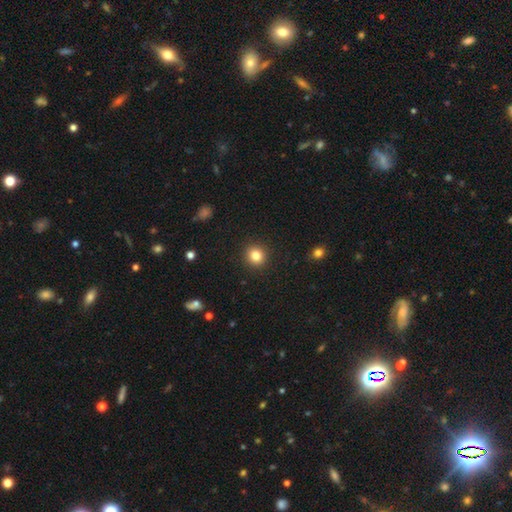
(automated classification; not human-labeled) Smooth or featured?
  - smooth: 83% *
  - star or artifact: 11%
  - featured or disk: 6%
How rounded?
  - round: 91% *
  - in between: 8%
  - cigar-shaped: 1%
Merging?
  - none: 92% *
  - minor disturbance: 5%
  - major disturbance: 2%
  - merger: 1%